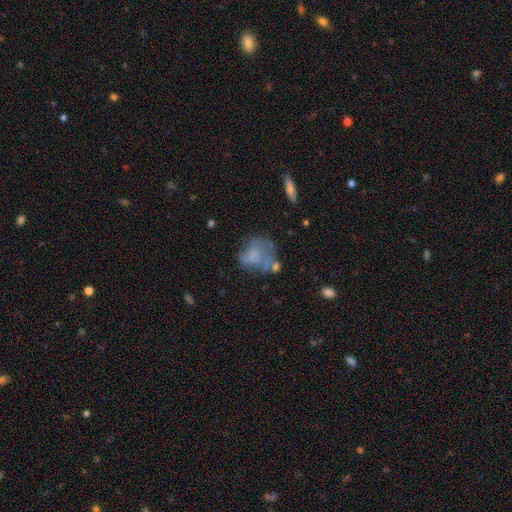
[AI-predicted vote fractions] Morphology: type=smooth (50%); roundness=round (49%, tied with in between); merging=none (37%).